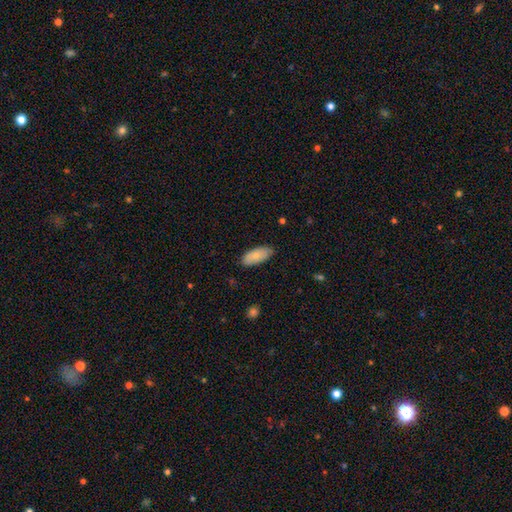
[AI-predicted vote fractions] This appears to be a smooth galaxy with no disk features (82%) that is in between round and cigar-shaped (89%). Merging: none (83%).